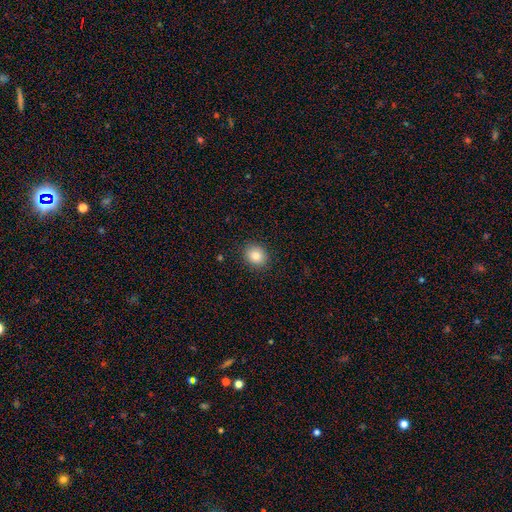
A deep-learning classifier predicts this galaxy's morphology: The model was most divided on "how rounded": round: 71%, in between: 28%, cigar-shaped: 1%. More confident: merging — none (90%); smooth or featured — smooth (84%).